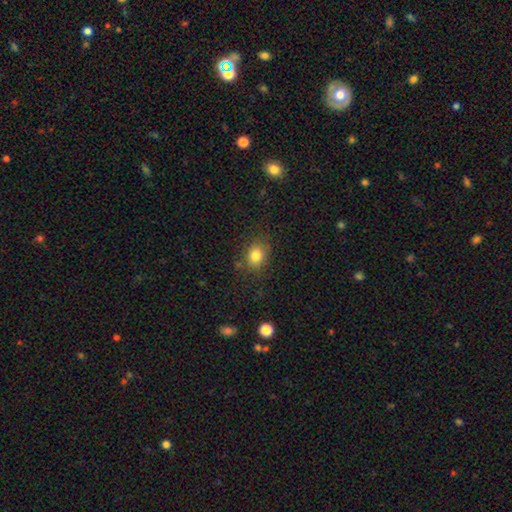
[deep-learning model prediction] Q: Smooth or featured?
A: smooth (81%); runner-up: star or artifact (12%)
Q: How rounded?
A: round (55%); runner-up: in between (44%)
Q: Merging?
A: none (78%); runner-up: minor disturbance (15%)